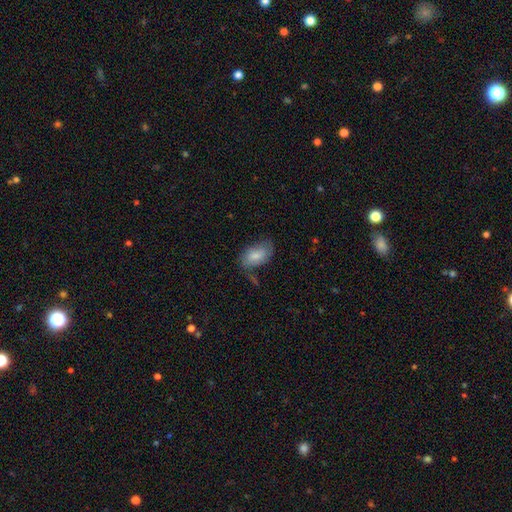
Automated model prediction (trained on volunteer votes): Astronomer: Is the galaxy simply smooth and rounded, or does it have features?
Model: smooth — 75%.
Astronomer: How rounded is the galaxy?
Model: in between — 93%.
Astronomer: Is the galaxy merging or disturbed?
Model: none — 57%.